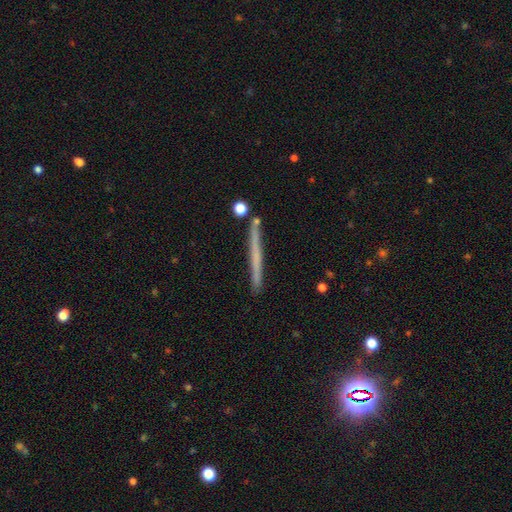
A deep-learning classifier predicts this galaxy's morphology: The model was most divided on "smooth or featured": smooth: 47%, featured or disk: 46%, star or artifact: 7%. More confident: merging — none (87%).